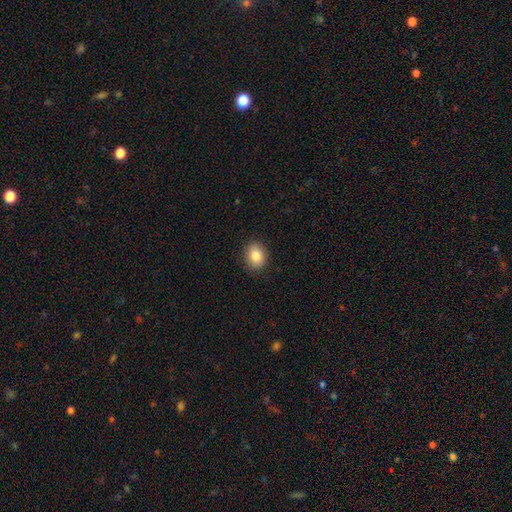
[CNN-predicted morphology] The model was most divided on "how rounded": in between: 56%, round: 44%, cigar-shaped: 1%. More confident: merging — none (89%); smooth or featured — smooth (85%).